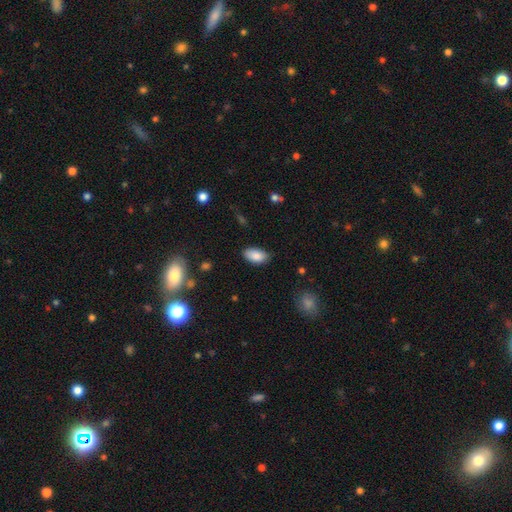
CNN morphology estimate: The model was most divided on "merging": none: 83%, minor disturbance: 14%, major disturbance: 3%, merger: 1%. More confident: how rounded — in between (94%); smooth or featured — smooth (86%).